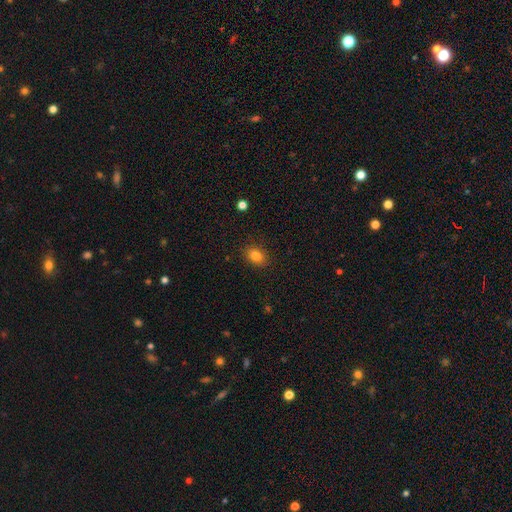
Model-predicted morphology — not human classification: smooth_or_featured: smooth (p=0.84) [alt: star or artifact p=0.10]
how_rounded: in between (p=0.68) [alt: round p=0.31]
merging: none (p=0.87) [alt: minor disturbance p=0.09]